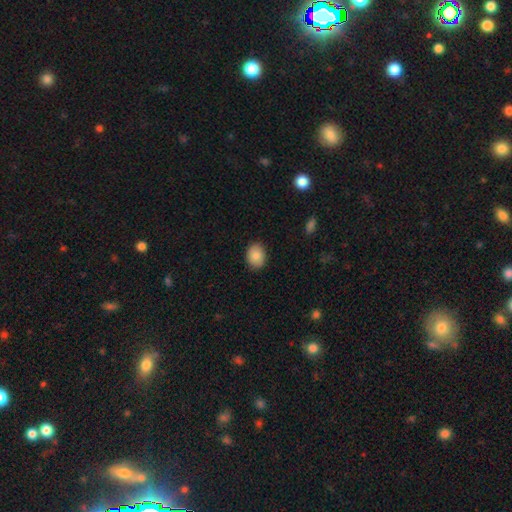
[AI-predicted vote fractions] Q: Smooth or featured?
A: smooth (87%); runner-up: star or artifact (8%)
Q: How rounded?
A: in between (63%); runner-up: round (36%)
Q: Merging?
A: none (87%); runner-up: minor disturbance (9%)